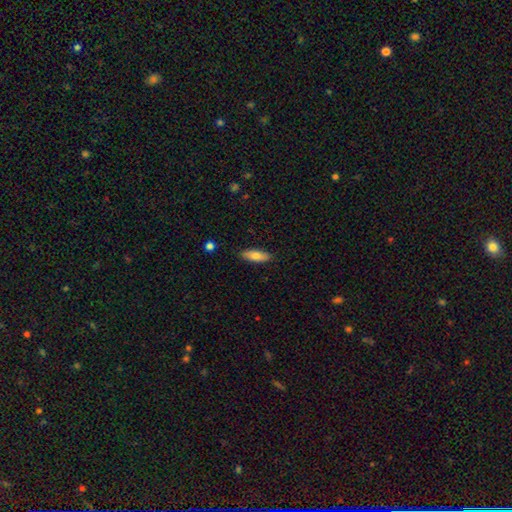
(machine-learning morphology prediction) The model was most divided on "how rounded": in between: 62%, cigar-shaped: 36%, round: 2%. More confident: merging — none (88%); smooth or featured — smooth (78%).